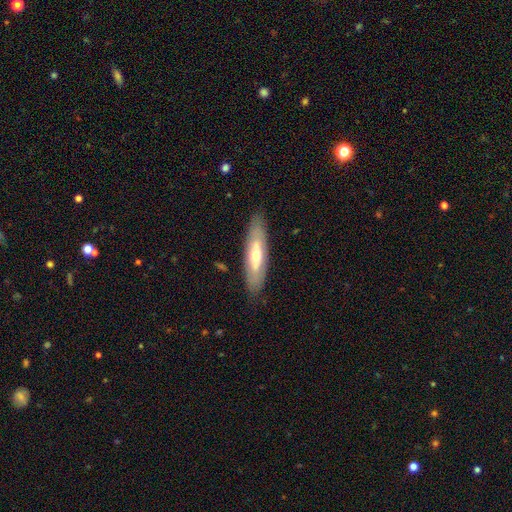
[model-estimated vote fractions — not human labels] Smooth or featured: featured or disk — 52% (smooth — 42%)
Edge-on disk: no — 57% (yes — 43%)
Merging: none — 85% (minor disturbance — 11%)